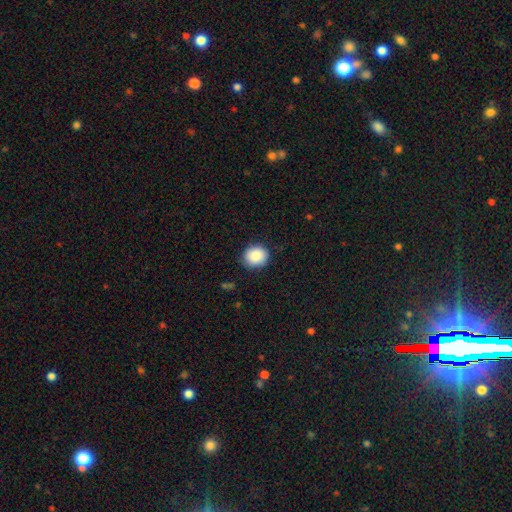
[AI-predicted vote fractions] Overall: smooth (87%). How rounded: round (80%). Merging: none (86%).